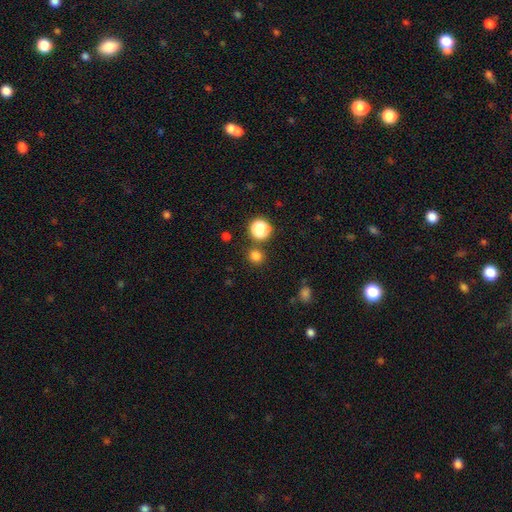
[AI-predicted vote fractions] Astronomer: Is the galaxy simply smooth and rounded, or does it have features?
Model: smooth — 78%.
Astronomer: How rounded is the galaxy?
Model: round — 90%.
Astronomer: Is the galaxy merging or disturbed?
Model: none — 84%.